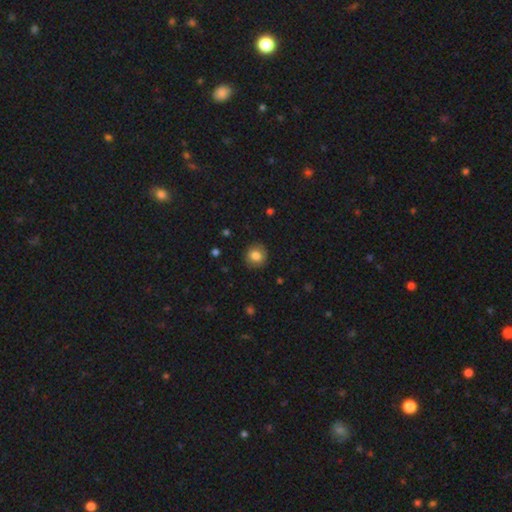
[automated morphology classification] type=smooth (82%); roundness=round (87%); merging=none (87%).